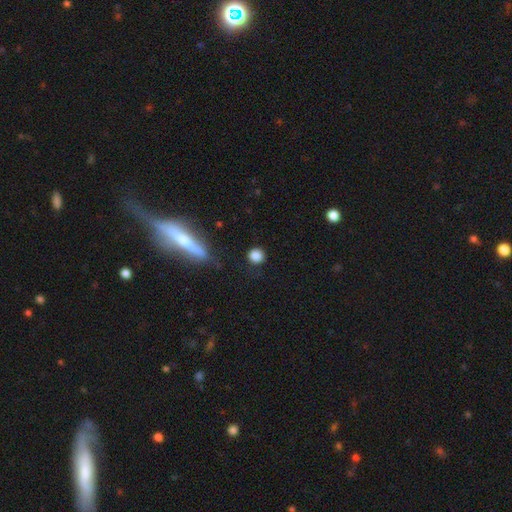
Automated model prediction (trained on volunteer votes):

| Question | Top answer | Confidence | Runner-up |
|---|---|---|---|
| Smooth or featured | smooth | 85% | star or artifact (10%) |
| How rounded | round | 90% | in between (8%) |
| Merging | none | 84% | minor disturbance (9%) |